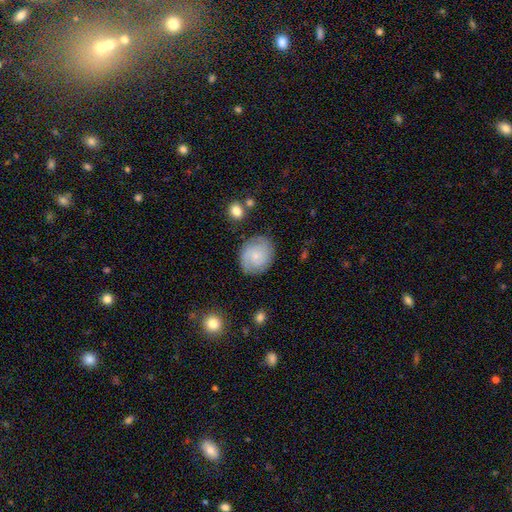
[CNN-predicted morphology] smooth-or-featured: featured or disk: 49% | smooth: 43% | star or artifact: 8%
  merging: none: 80% | minor disturbance: 14% | major disturbance: 4% | merger: 2%